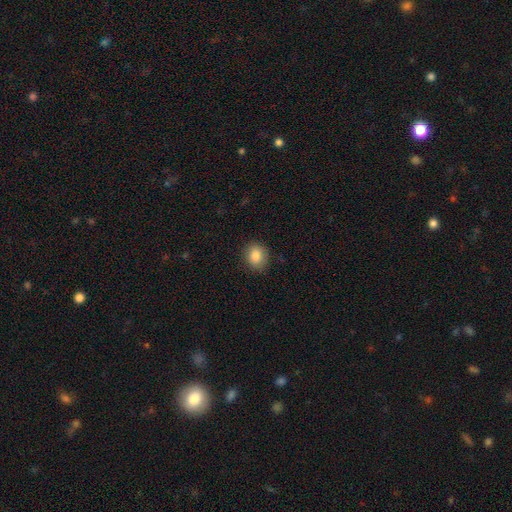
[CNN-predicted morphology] Smooth or featured: smooth — 84% (star or artifact — 9%)
How rounded: round — 67% (in between — 32%)
Merging: none — 86% (minor disturbance — 10%)